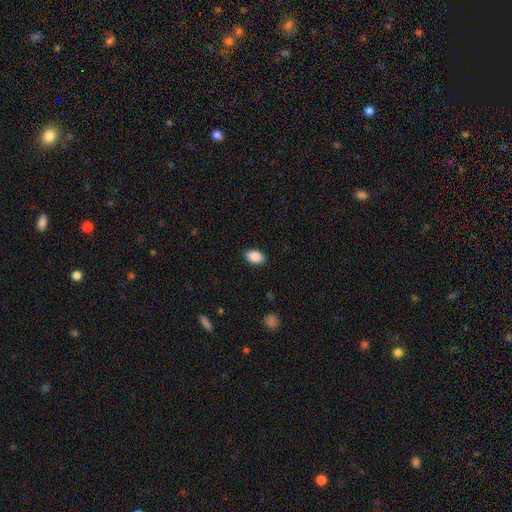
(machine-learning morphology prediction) Smooth or featured?
  - smooth: 89% *
  - star or artifact: 7%
  - featured or disk: 4%
How rounded?
  - in between: 89% *
  - round: 10%
  - cigar-shaped: 1%
Merging?
  - none: 88% *
  - minor disturbance: 9%
  - major disturbance: 2%
  - merger: 1%